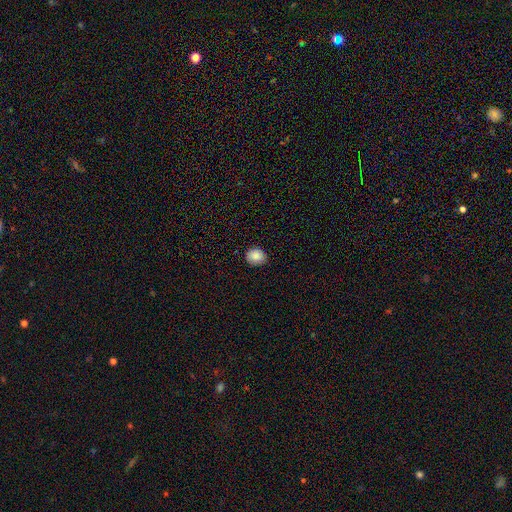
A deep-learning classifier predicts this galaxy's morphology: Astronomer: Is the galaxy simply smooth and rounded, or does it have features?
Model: smooth — 87%.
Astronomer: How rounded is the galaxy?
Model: round — 63%.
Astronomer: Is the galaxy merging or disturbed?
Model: none — 83%.